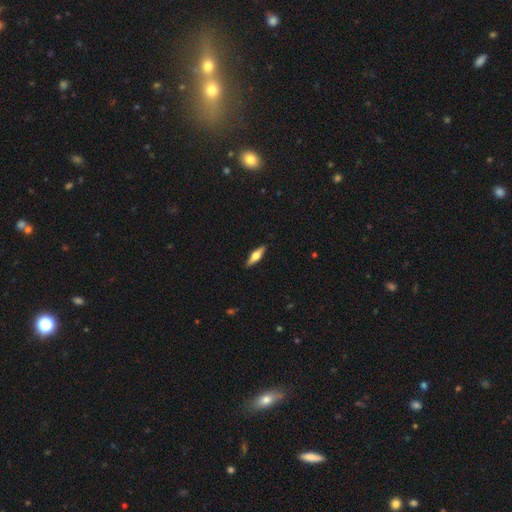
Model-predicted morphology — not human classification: This appears to be a featured or disk galaxy (56%) viewed edge-on (95%) with a rounded central bulge (94%). Merging: none (90%).